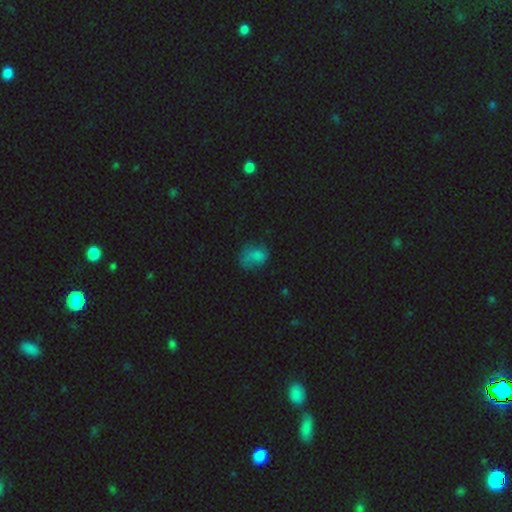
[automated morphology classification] Overall: smooth (65%). How rounded: in between (56%; round 43%). Merging: none (43%; minor disturbance 29%).